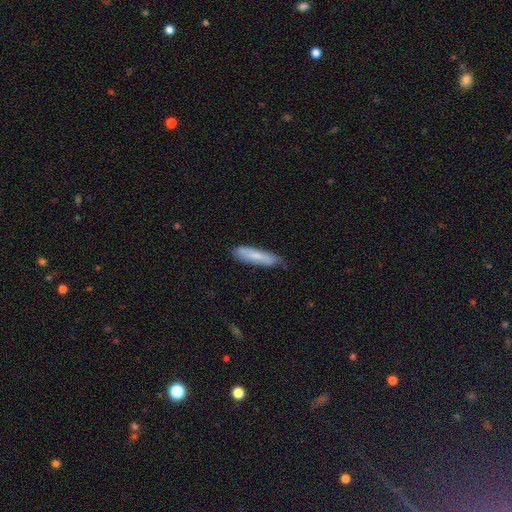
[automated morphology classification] A smooth galaxy with no disk features (71%) that is cigar-shaped (78%).

Vote fractions:
- Smooth or featured? smooth: 71% / featured or disk: 23% / star or artifact: 6%
- How rounded? cigar-shaped: 78% / in between: 21% / round: 1%
- Merging? none: 70% / minor disturbance: 24% / major disturbance: 4% / merger: 2%